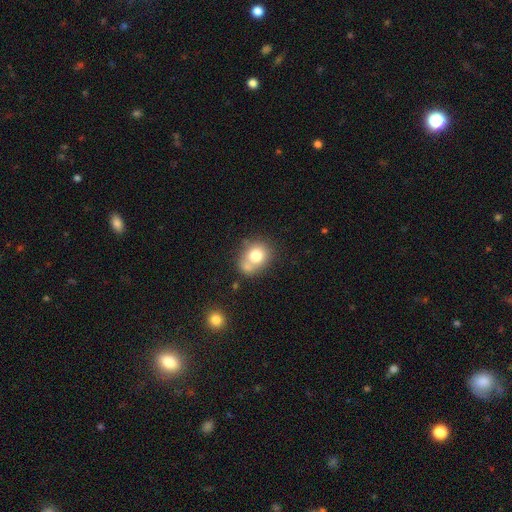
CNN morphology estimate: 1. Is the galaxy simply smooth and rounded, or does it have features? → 75% smooth, 16% featured or disk, 10% star or artifact.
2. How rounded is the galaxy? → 61% round, 38% in between, 1% cigar-shaped.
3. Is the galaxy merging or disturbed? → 43% none, 33% merger, 17% minor disturbance, 6% major disturbance.